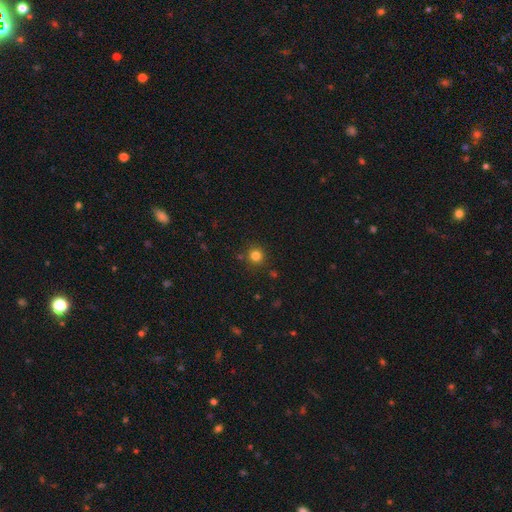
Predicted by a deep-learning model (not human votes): smooth_or_featured: smooth (p=0.81) [alt: star or artifact p=0.14]
how_rounded: round (p=0.93) [alt: in between p=0.06]
merging: none (p=0.87) [alt: minor disturbance p=0.07]